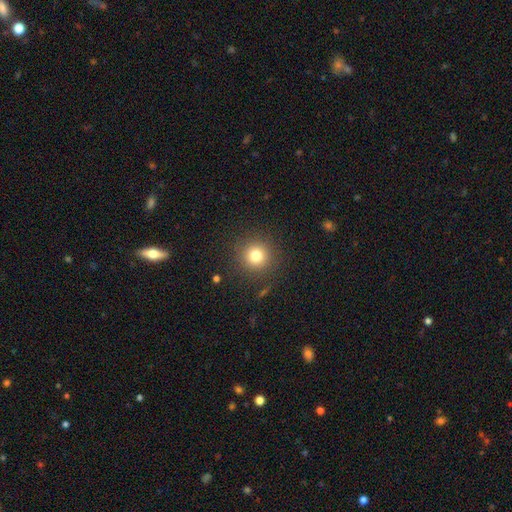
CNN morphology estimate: This appears to be a smooth galaxy with no disk features (79%) that is round (94%). Merging: none (89%).